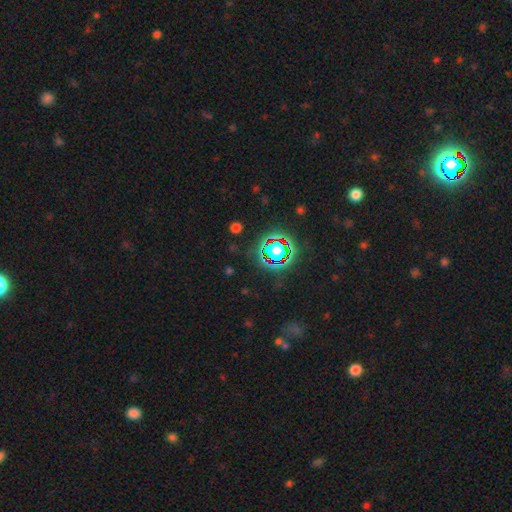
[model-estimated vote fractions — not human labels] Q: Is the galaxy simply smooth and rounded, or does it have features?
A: star or artifact — 79%.